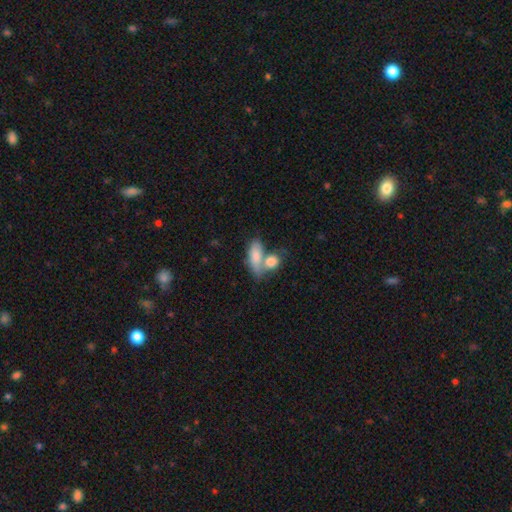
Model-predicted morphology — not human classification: This appears to be a smooth galaxy with no disk features (79%) that is in between round and cigar-shaped (83%). Merging: merger (56%).